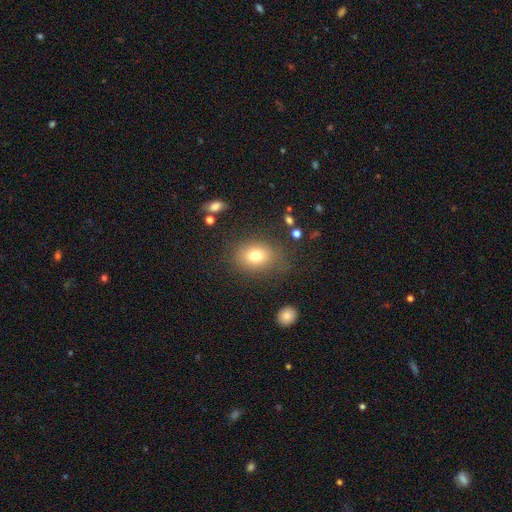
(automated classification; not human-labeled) Smooth or featured? Predicted: smooth (p=0.76). How rounded? Predicted: in between (p=0.56). Merging? Predicted: none (p=0.75).